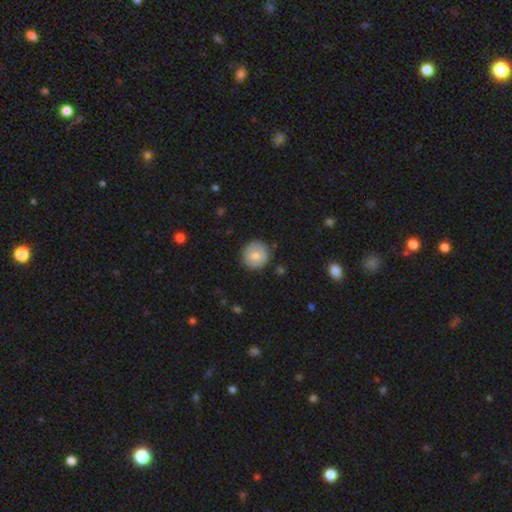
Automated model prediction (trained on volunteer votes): Q: Smooth or featured?
A: smooth (76%); runner-up: featured or disk (16%)
Q: How rounded?
A: round (94%); runner-up: in between (5%)
Q: Merging?
A: none (89%); runner-up: minor disturbance (8%)